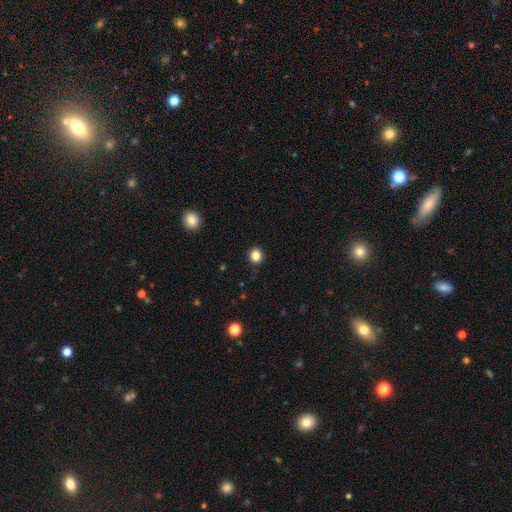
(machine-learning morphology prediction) type=smooth (85%); roundness=round (86%); merging=none (92%).